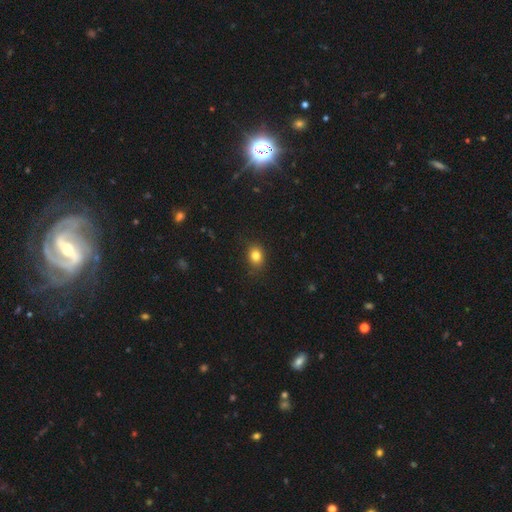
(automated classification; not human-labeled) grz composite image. It shows a smooth galaxy with no disk features (81%) that is round (51%). Merging: none (82%).